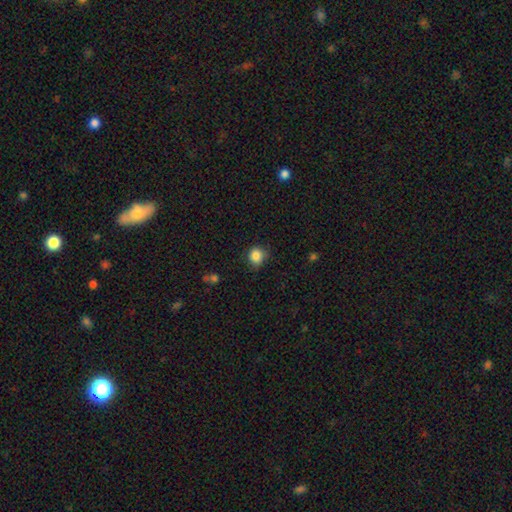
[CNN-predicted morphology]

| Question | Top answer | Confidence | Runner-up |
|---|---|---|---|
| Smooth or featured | smooth | 85% | star or artifact (10%) |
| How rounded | round | 82% | in between (17%) |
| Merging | none | 77% | minor disturbance (18%) |